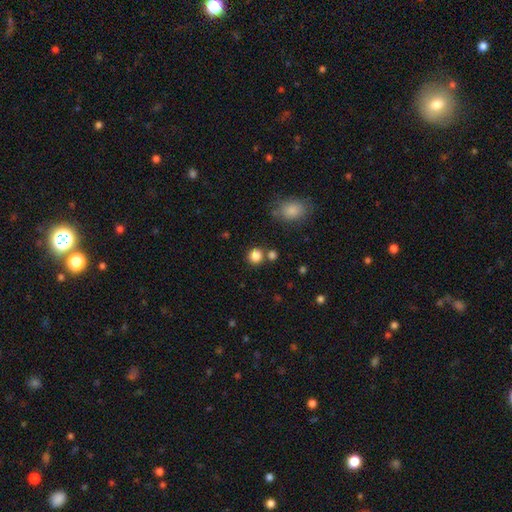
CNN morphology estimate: Smooth or featured: smooth — 84% (star or artifact — 12%)
How rounded: round — 90% (in between — 9%)
Merging: none — 76% (merger — 13%)